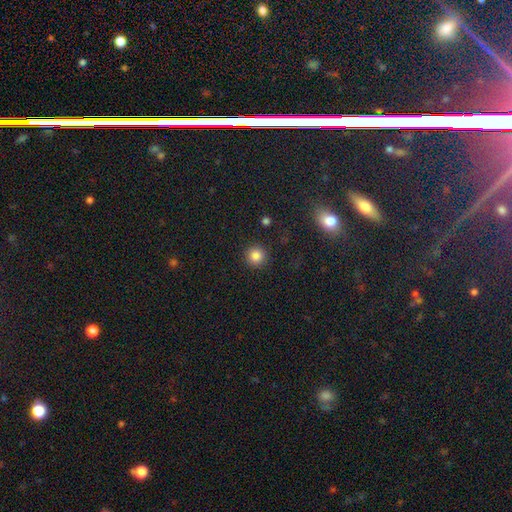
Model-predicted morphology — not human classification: A smooth galaxy with no disk features (84%) that is round (95%).

Vote fractions:
- Smooth or featured? smooth: 84% / star or artifact: 12% / featured or disk: 4%
- How rounded? round: 95% / in between: 4% / cigar-shaped: 1%
- Merging? none: 91% / minor disturbance: 5% / major disturbance: 2% / merger: 1%